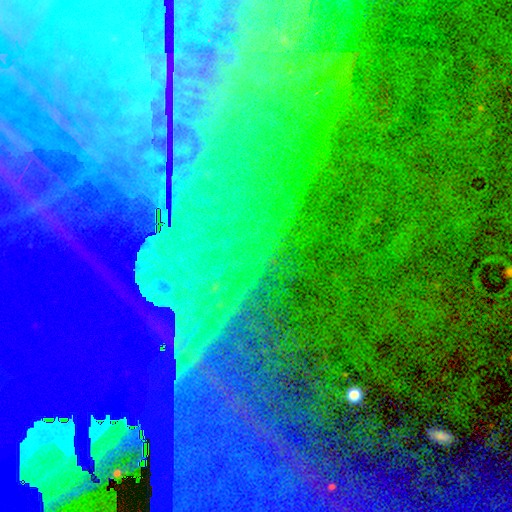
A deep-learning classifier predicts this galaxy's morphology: type=star or artifact (83%).